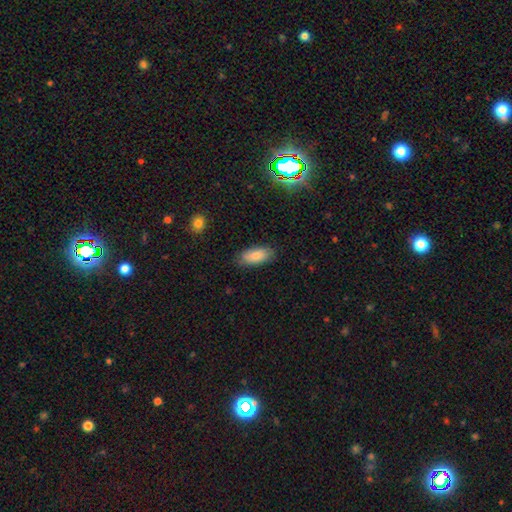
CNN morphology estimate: type=smooth (84%); roundness=in between (86%); merging=none (82%).